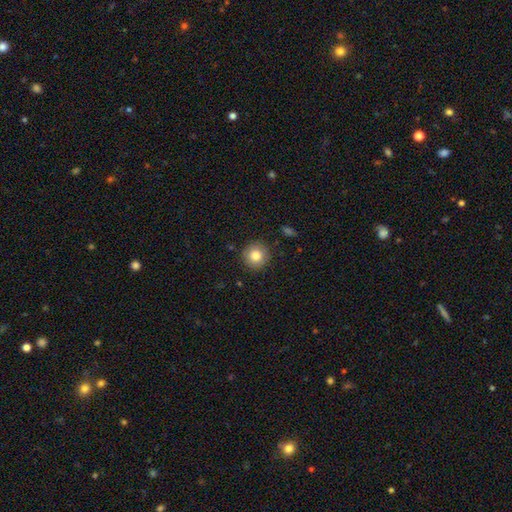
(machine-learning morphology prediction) Smooth or featured?
  - smooth: 82% *
  - star or artifact: 9%
  - featured or disk: 9%
How rounded?
  - round: 95% *
  - in between: 4%
  - cigar-shaped: 1%
Merging?
  - none: 90% *
  - minor disturbance: 7%
  - major disturbance: 2%
  - merger: 1%